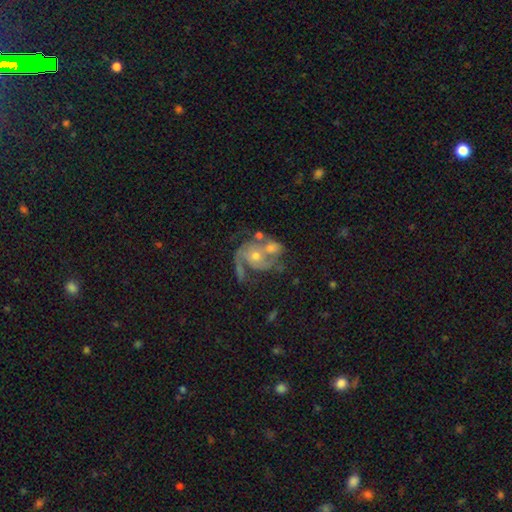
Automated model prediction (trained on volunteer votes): Morphology: type=featured or disk (77%); edge-on=no (98%); bar=no (73%); spiral arms=yes (86%); winding=medium (45%); arm count=2 (46%); bulge=moderate (54%); merging=merger (38%).